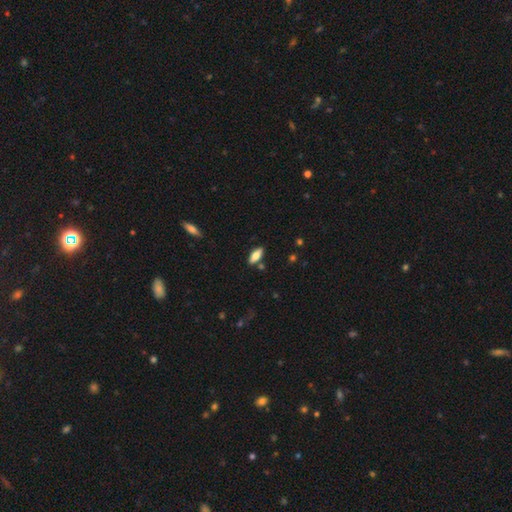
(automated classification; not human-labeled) This is likely a smooth galaxy (69%). How rounded: likely in between (73%). Merging: clearly none (82%).